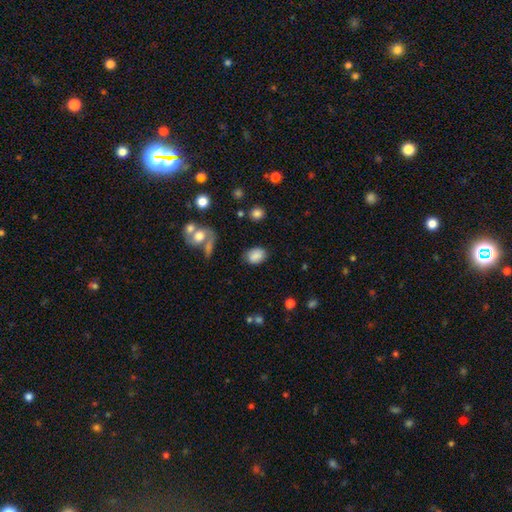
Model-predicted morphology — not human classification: smooth 83%, star or artifact 9%, featured or disk 8%. Down the decision tree: how rounded — in between (72%); merging — none (78%).